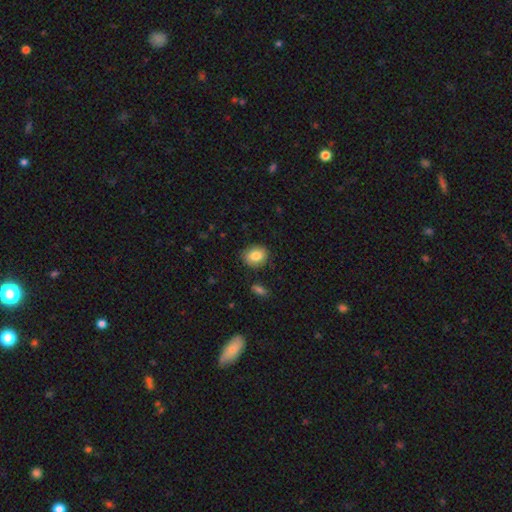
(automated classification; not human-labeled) A smooth galaxy with no disk features (84%) that is in between round and cigar-shaped (53%). Merging: none (85%).